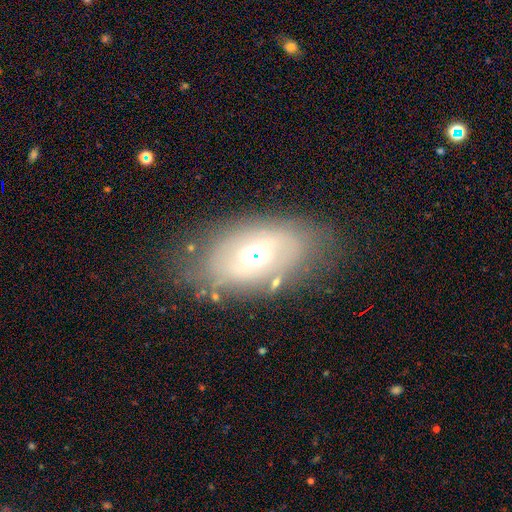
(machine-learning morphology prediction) The model was most divided on "smooth or featured": featured or disk: 52%, smooth: 37%, star or artifact: 12%. More confident: edge-on disk — no (86%); merging — none (69%).